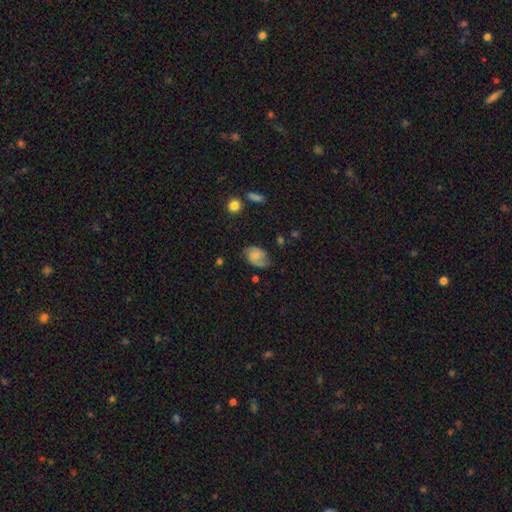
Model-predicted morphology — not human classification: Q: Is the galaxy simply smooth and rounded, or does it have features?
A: featured or disk — 50%.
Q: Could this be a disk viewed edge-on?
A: no — 97%.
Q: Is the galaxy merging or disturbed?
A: none — 61%.